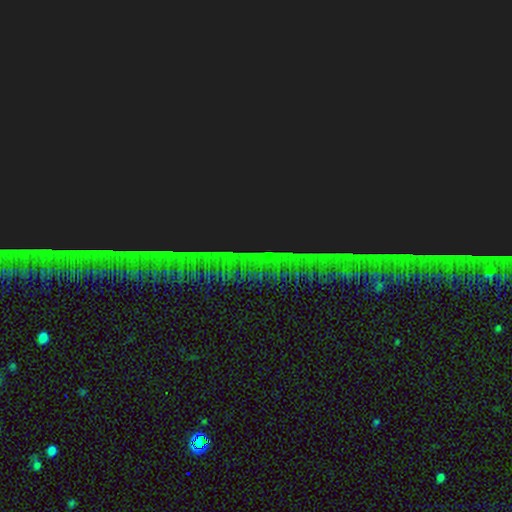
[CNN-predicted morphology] Overall: star or artifact (83%).